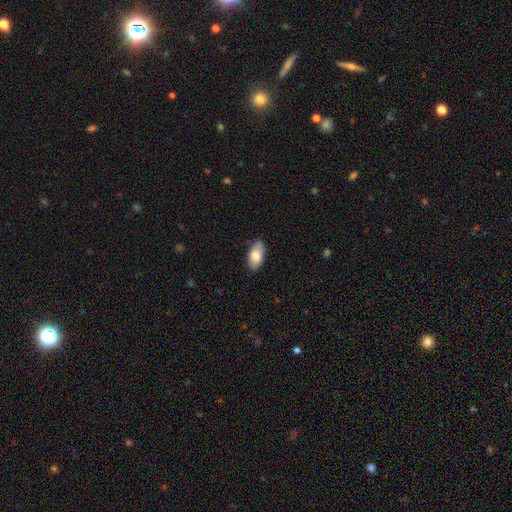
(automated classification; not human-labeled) Morphology: type=smooth (80%); roundness=in between (94%); merging=none (82%).